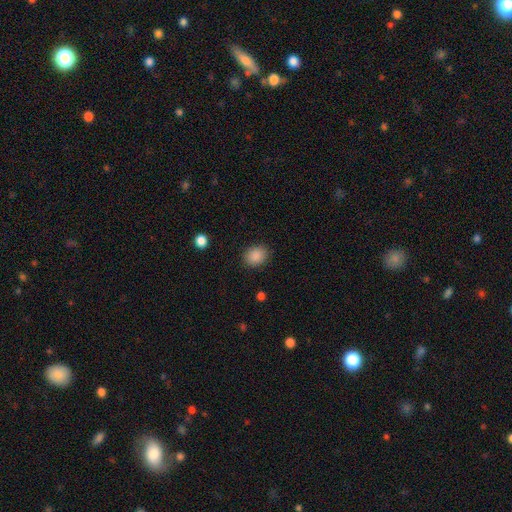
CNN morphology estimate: A smooth galaxy with no disk features (88%) that is round (55%).

Vote fractions:
- Smooth or featured? smooth: 88% / star or artifact: 9% / featured or disk: 3%
- How rounded? round: 55% / in between: 44% / cigar-shaped: 1%
- Merging? none: 87% / minor disturbance: 9% / major disturbance: 3% / merger: 1%